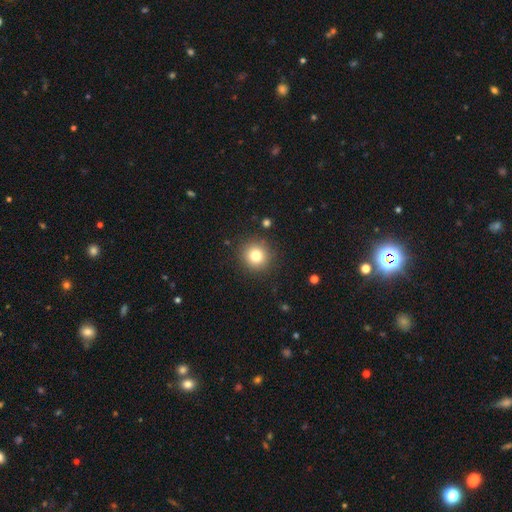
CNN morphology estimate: Q: Smooth or featured?
A: smooth (80%); runner-up: star or artifact (12%)
Q: How rounded?
A: round (93%); runner-up: in between (6%)
Q: Merging?
A: none (90%); runner-up: minor disturbance (6%)